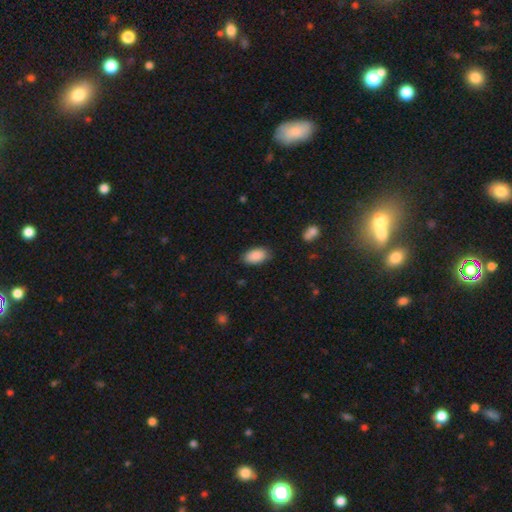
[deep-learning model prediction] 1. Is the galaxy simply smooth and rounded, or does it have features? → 89% smooth, 7% star or artifact, 4% featured or disk.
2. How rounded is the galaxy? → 94% in between, 4% round, 2% cigar-shaped.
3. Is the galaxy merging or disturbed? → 84% none, 12% minor disturbance, 3% major disturbance, 1% merger.